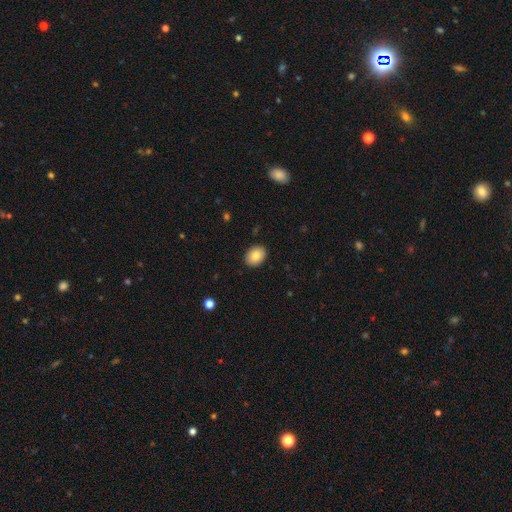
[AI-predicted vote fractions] This appears to be a smooth galaxy with no disk features (84%) that is in between round and cigar-shaped (69%). Merging: none (90%).